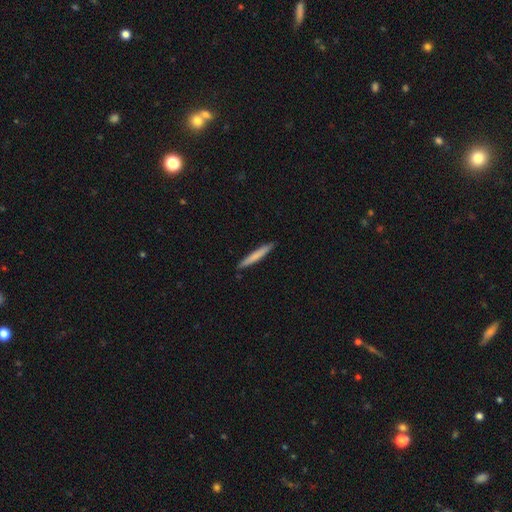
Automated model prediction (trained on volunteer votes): This appears to be a smooth galaxy with no disk features (71%) that is cigar-shaped (96%). Merging: none (91%).